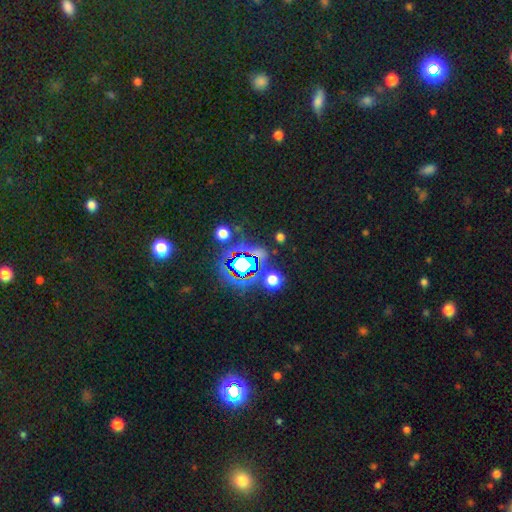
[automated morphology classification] type=star or artifact (64%).